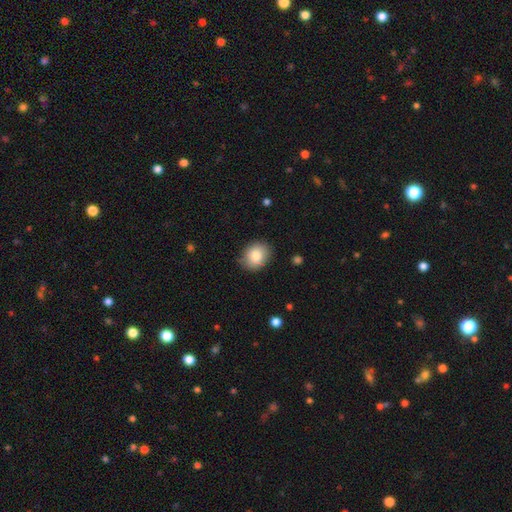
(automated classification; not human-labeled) Smooth or featured? smooth (85%)
How rounded? round (52%)
Merging? none (84%)